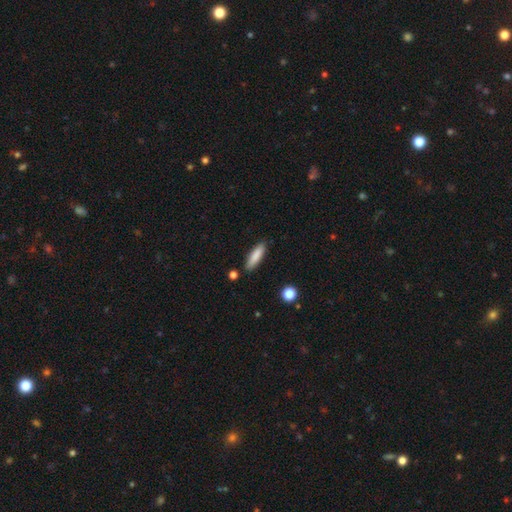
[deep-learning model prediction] Q: Smooth or featured?
A: smooth (85%); runner-up: featured or disk (9%)
Q: How rounded?
A: cigar-shaped (67%); runner-up: in between (32%)
Q: Merging?
A: none (86%); runner-up: minor disturbance (10%)